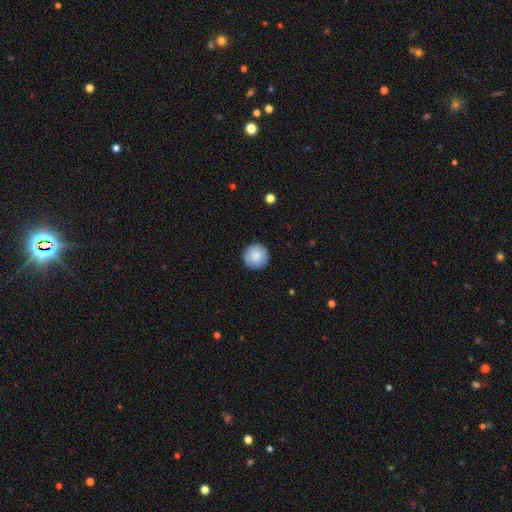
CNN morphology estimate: smooth 87%, star or artifact 7%, featured or disk 5%. Down the decision tree: how rounded — round (96%); merging — none (91%).